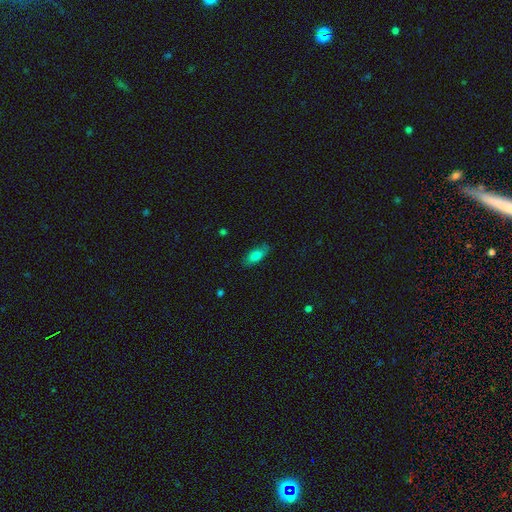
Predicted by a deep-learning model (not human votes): Overall: smooth (77%). How rounded: in between (79%). Merging: none (78%).